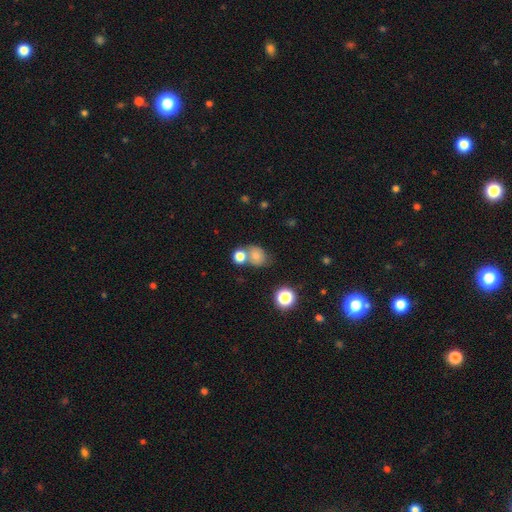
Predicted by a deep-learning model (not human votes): smooth-or-featured: smooth: 74% | star or artifact: 14% | featured or disk: 12%
  how-rounded: round: 59% | in between: 40% | cigar-shaped: 1%
  merging: none: 46% | merger: 36% | minor disturbance: 12% | major disturbance: 5%